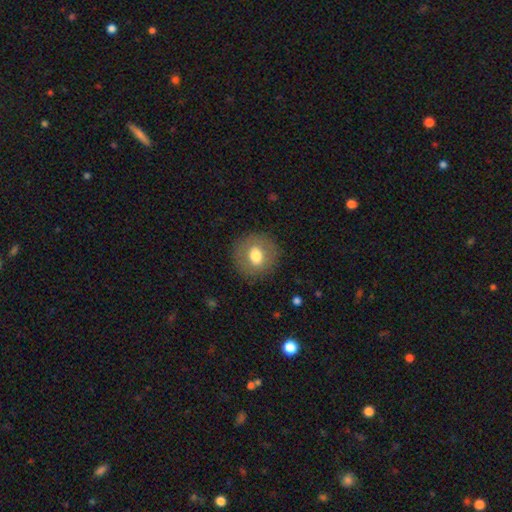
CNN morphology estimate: The model was most divided on "smooth or featured": smooth: 68%, featured or disk: 24%, star or artifact: 9%. More confident: merging — none (86%); how rounded — round (84%).